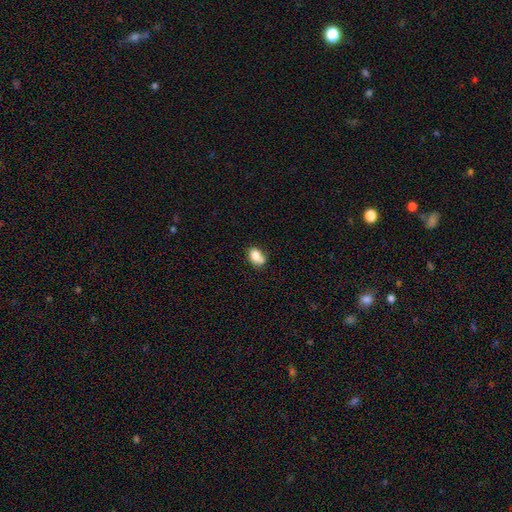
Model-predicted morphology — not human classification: smooth_or_featured: smooth (p=0.78) [alt: featured or disk p=0.13]
how_rounded: in between (p=0.73) [alt: round p=0.25]
merging: none (p=0.41) [alt: merger p=0.29]